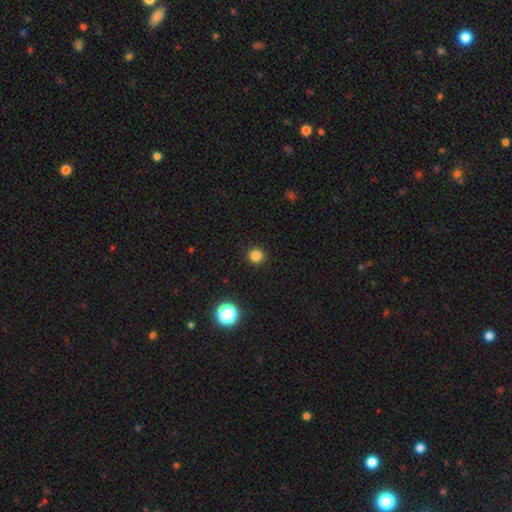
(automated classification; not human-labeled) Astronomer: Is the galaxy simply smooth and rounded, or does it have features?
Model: smooth — 82%.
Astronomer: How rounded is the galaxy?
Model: round — 95%.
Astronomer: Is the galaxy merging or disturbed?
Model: none — 92%.